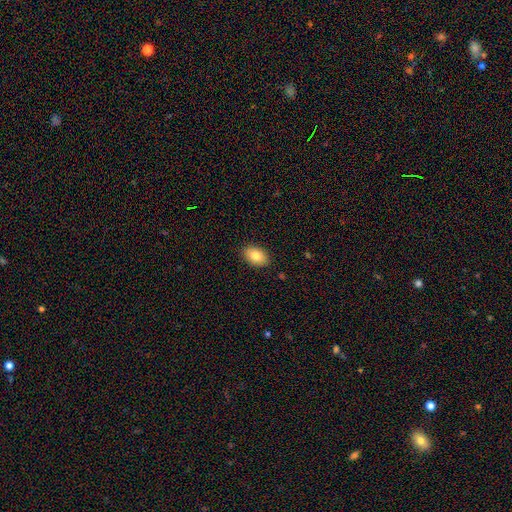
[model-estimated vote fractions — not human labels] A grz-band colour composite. It shows a smooth galaxy with no disk features (82%) that is in between round and cigar-shaped (89%). Merging: none (89%).